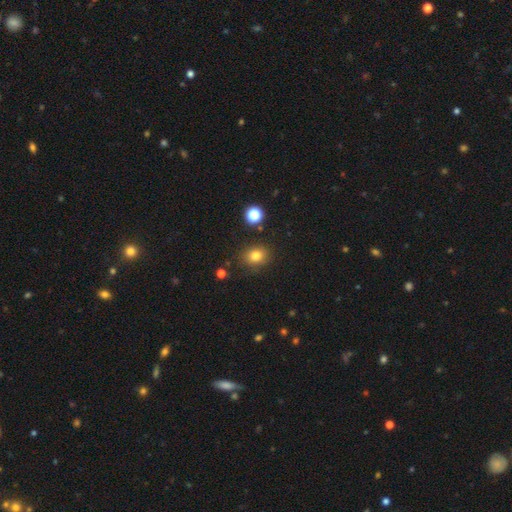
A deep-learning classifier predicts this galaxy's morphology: Overall: smooth (80%). How rounded: round (56%; in between 43%). Merging: none (82%).